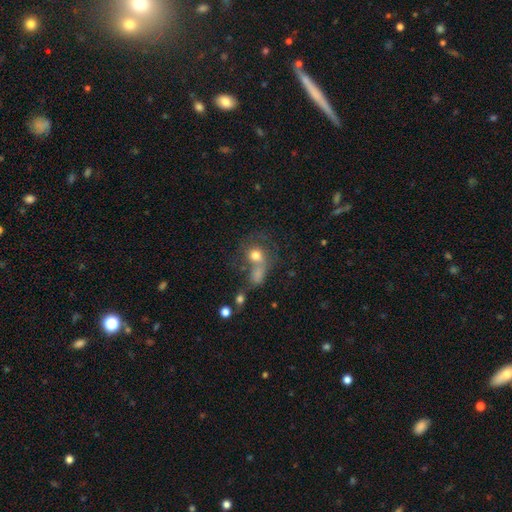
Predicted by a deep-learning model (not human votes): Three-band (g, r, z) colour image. It shows a smooth galaxy with no disk features (65%) that is round (70%). Merging: merger (42%).